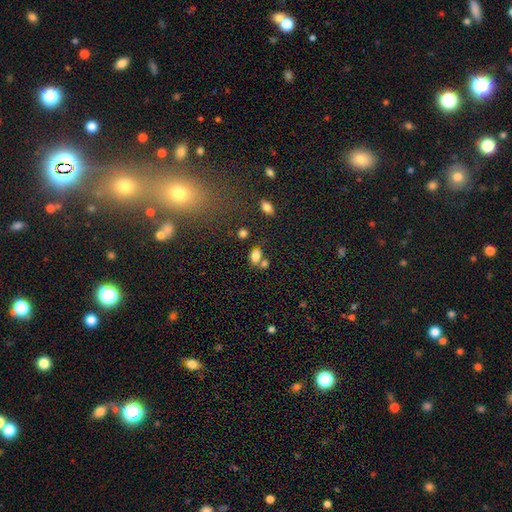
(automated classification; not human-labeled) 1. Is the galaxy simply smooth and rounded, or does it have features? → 80% smooth, 11% star or artifact, 9% featured or disk.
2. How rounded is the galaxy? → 84% in between, 14% round, 2% cigar-shaped.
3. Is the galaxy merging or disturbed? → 43% none, 39% merger, 13% minor disturbance, 6% major disturbance.